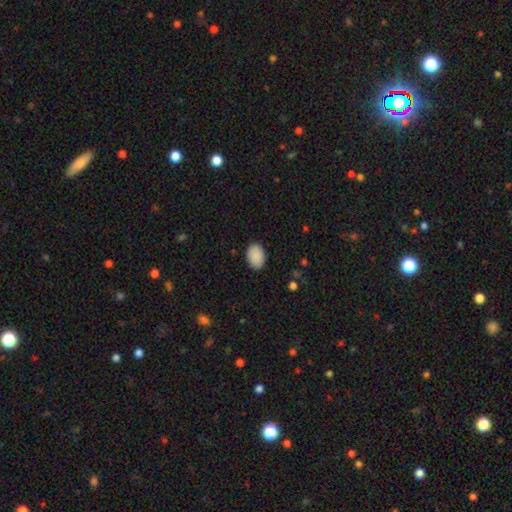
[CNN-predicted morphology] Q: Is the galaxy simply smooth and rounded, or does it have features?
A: smooth — 91%.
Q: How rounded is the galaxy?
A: in between — 87%.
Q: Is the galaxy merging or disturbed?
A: none — 89%.